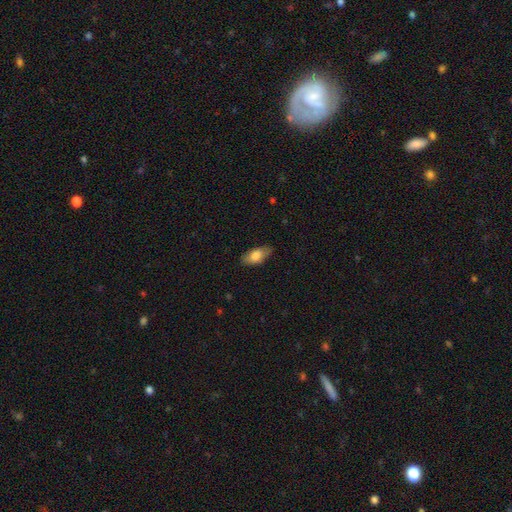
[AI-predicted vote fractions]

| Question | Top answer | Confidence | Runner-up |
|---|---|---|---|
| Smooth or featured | smooth | 77% | featured or disk (17%) |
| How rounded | in between | 87% | cigar-shaped (10%) |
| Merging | none | 81% | minor disturbance (15%) |